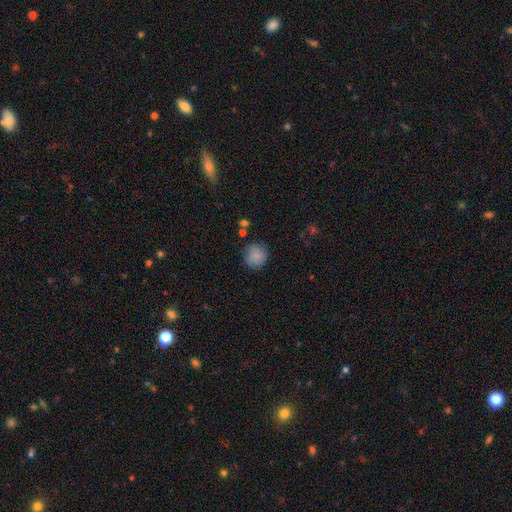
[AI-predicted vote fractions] A smooth galaxy with no disk features (86%) that is round (88%).

Vote fractions:
- Smooth or featured? smooth: 86% / star or artifact: 7% / featured or disk: 7%
- How rounded? round: 88% / in between: 11% / cigar-shaped: 1%
- Merging? none: 81% / minor disturbance: 13% / major disturbance: 3% / merger: 2%